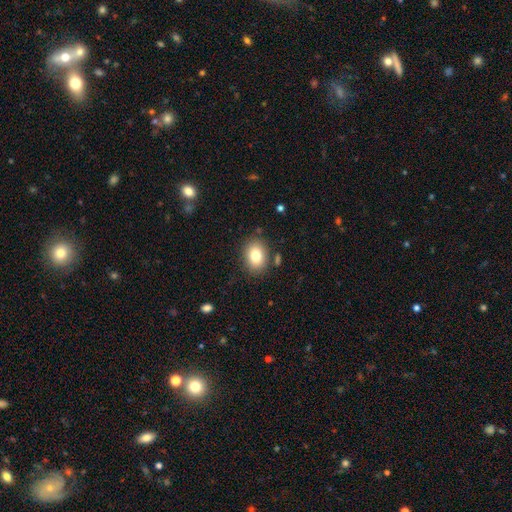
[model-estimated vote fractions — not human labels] Smooth or featured?
  - smooth: 81% *
  - featured or disk: 10%
  - star or artifact: 9%
How rounded?
  - in between: 70% *
  - round: 29%
  - cigar-shaped: 1%
Merging?
  - none: 83% *
  - minor disturbance: 10%
  - merger: 4%
  - major disturbance: 3%